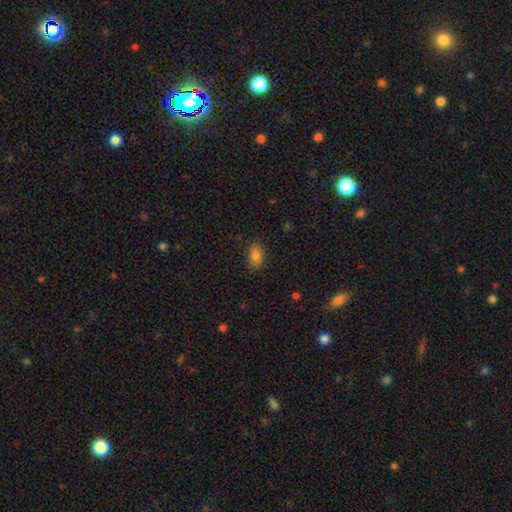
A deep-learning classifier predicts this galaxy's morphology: smooth-or-featured: smooth: 86% | star or artifact: 9% | featured or disk: 5%
  how-rounded: in between: 91% | round: 6% | cigar-shaped: 2%
  merging: none: 87% | minor disturbance: 10% | major disturbance: 2% | merger: 1%